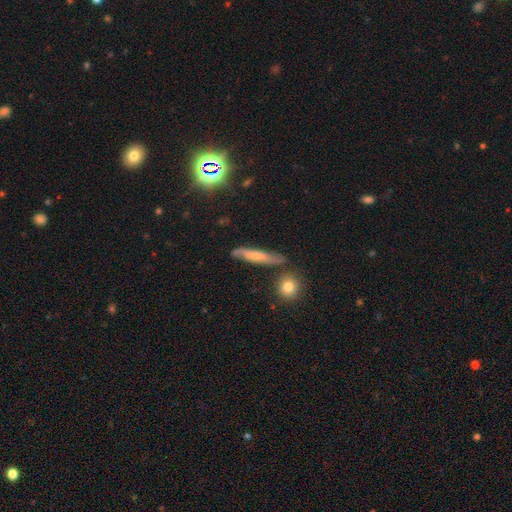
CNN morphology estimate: Smooth or featured?
  - featured or disk: 46% *
  - smooth: 45%
  - star or artifact: 10%
Merging?
  - none: 71% *
  - minor disturbance: 19%
  - merger: 5%
  - major disturbance: 5%